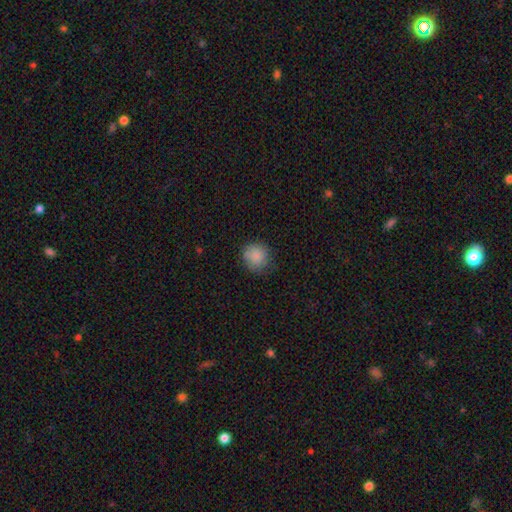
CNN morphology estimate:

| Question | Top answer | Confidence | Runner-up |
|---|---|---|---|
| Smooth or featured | smooth | 87% | star or artifact (8%) |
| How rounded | round | 89% | in between (10%) |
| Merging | none | 80% | minor disturbance (15%) |